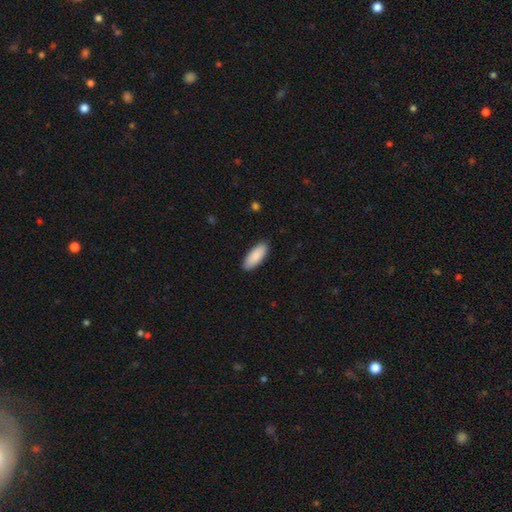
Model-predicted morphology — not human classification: smooth 90%, star or artifact 5%, featured or disk 4%. Down the decision tree: how rounded — in between (76%); merging — none (90%).